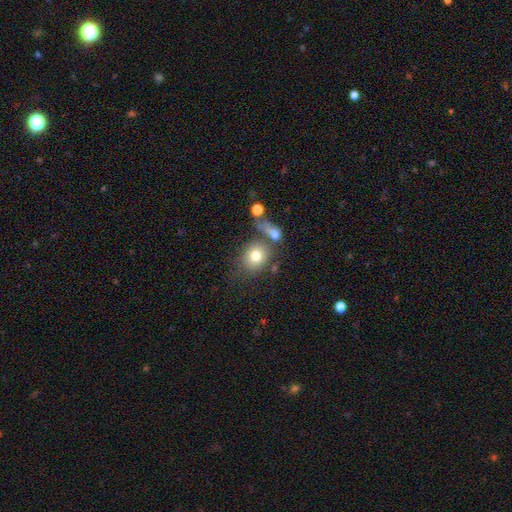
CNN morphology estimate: smooth 76%, featured or disk 13%, star or artifact 11%. Down the decision tree: how rounded — round (63%); merging — none (54%).